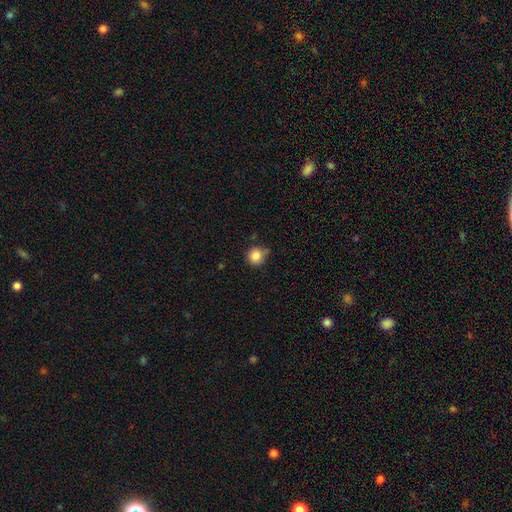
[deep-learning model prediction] A smooth galaxy with no disk features (85%) that is round (93%). Merging: none (68%).